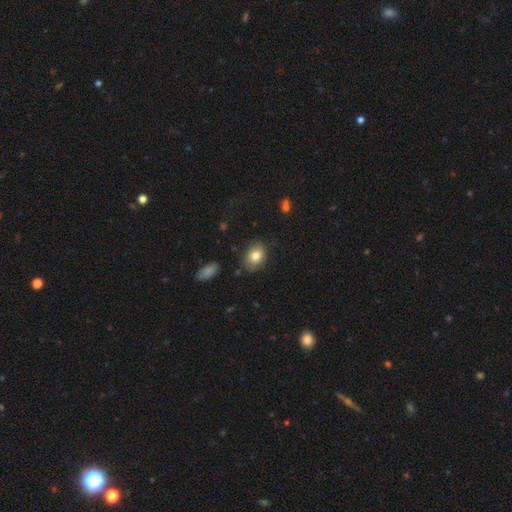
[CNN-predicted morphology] smooth_or_featured: smooth (p=0.80) [alt: featured or disk p=0.11]
how_rounded: in between (p=0.64) [alt: round p=0.35]
merging: none (p=0.80) [alt: minor disturbance p=0.15]